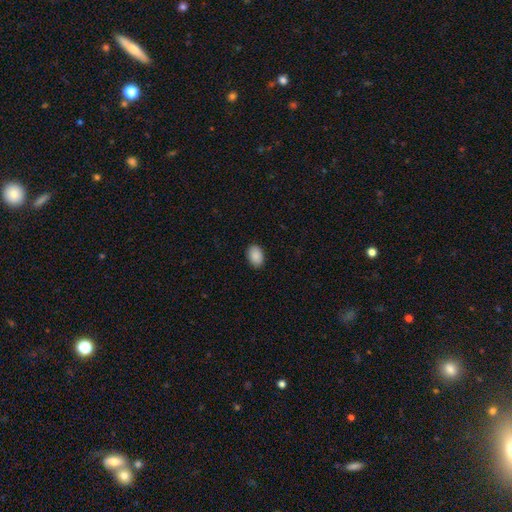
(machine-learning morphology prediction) Smooth or featured: smooth — 90% (star or artifact — 7%)
How rounded: in between — 84% (round — 15%)
Merging: none — 90% (minor disturbance — 8%)